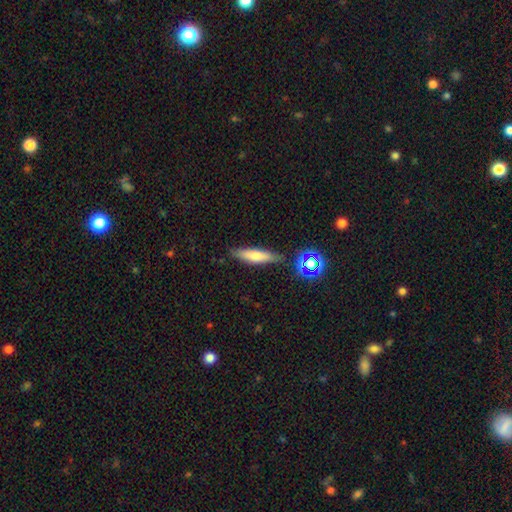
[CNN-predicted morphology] type=smooth (70%); roundness=cigar-shaped (74%); merging=none (80%).